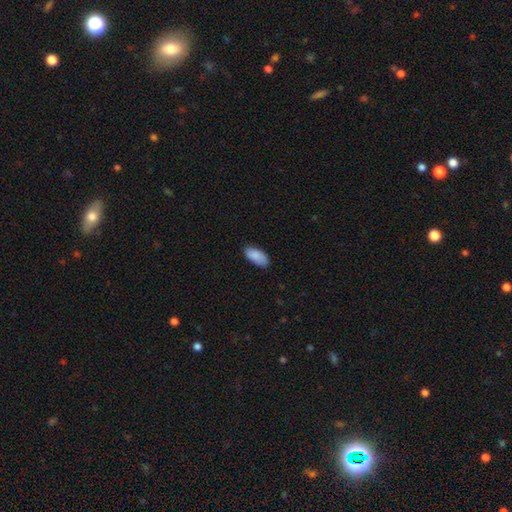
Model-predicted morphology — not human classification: Smooth or featured? Predicted: smooth (p=0.89). How rounded? Predicted: in between (p=0.92). Merging? Predicted: none (p=0.82).